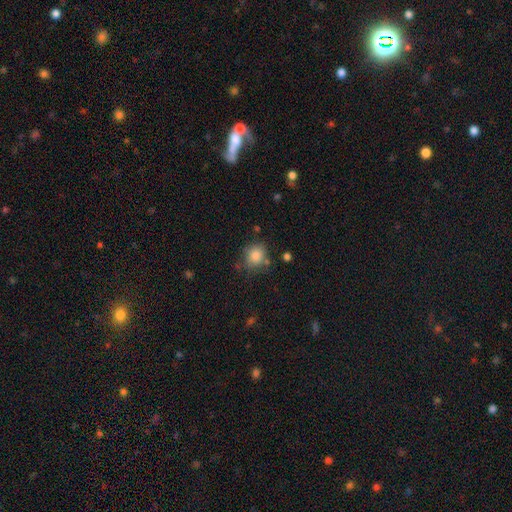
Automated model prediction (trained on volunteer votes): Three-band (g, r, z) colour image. It shows a smooth galaxy with no disk features (84%) that is round (70%). Merging: none (68%).